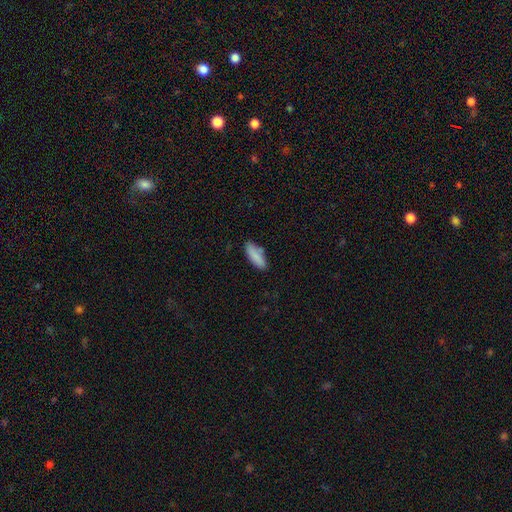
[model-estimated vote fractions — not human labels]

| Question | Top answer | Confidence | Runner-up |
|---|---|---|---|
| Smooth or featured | smooth | 86% | featured or disk (7%) |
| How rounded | in between | 63% | cigar-shaped (35%) |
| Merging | none | 73% | minor disturbance (18%) |